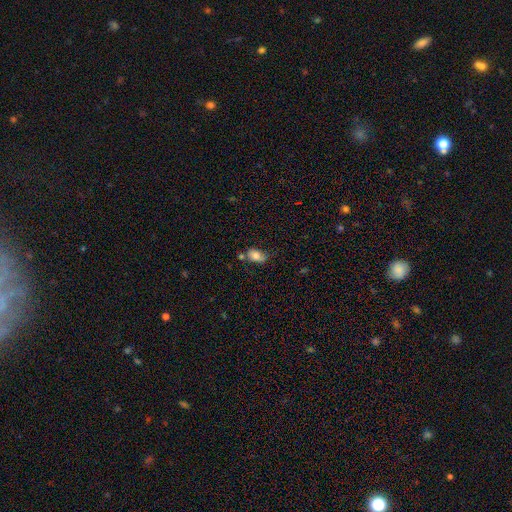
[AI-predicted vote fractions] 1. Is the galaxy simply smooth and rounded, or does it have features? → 79% smooth, 13% featured or disk, 8% star or artifact.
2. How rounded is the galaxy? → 86% in between, 12% round, 2% cigar-shaped.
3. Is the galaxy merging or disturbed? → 56% none, 25% minor disturbance, 12% merger, 6% major disturbance.